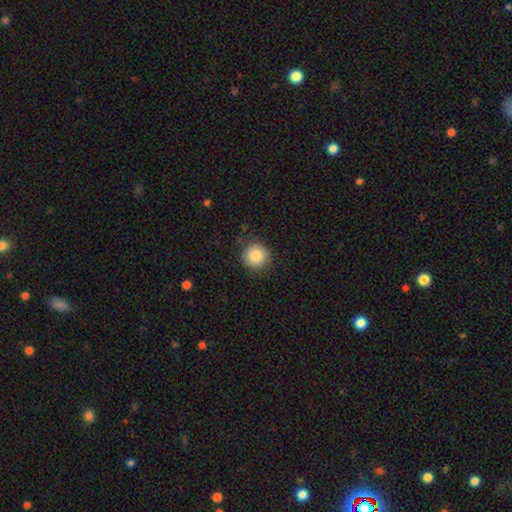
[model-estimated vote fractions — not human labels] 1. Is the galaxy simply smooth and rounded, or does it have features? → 85% smooth, 9% star or artifact, 6% featured or disk.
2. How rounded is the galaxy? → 94% round, 5% in between, 1% cigar-shaped.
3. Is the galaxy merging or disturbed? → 88% none, 8% minor disturbance, 2% major disturbance, 1% merger.